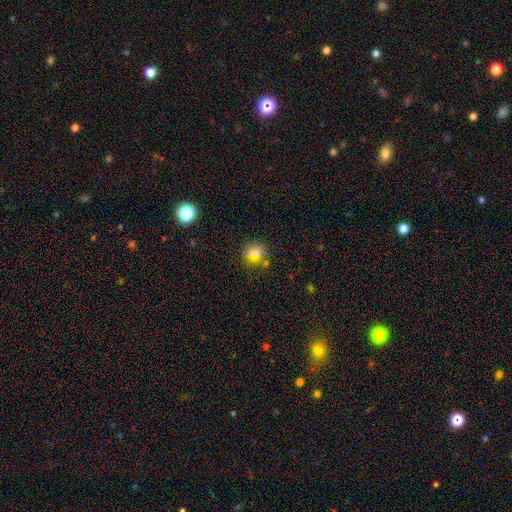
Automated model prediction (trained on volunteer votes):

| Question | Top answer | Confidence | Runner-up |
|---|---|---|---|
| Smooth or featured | smooth | 70% | star or artifact (17%) |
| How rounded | round | 78% | in between (20%) |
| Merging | none | 82% | minor disturbance (10%) |